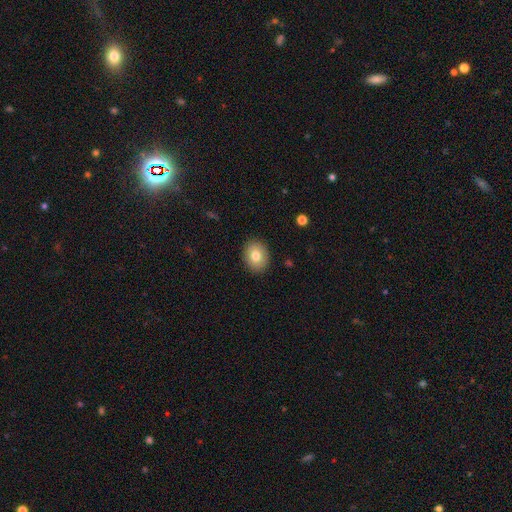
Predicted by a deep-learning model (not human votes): A smooth galaxy with no disk features (80%) that is round (51%). Merging: none (90%).